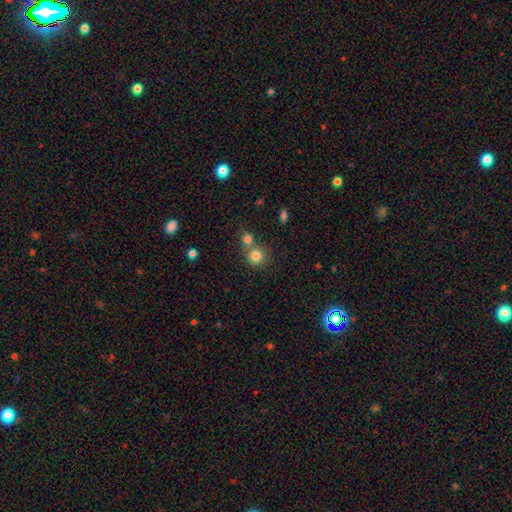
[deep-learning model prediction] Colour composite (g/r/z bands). It shows a smooth galaxy with no disk features (81%) that is round (90%). Merging: none (55%).